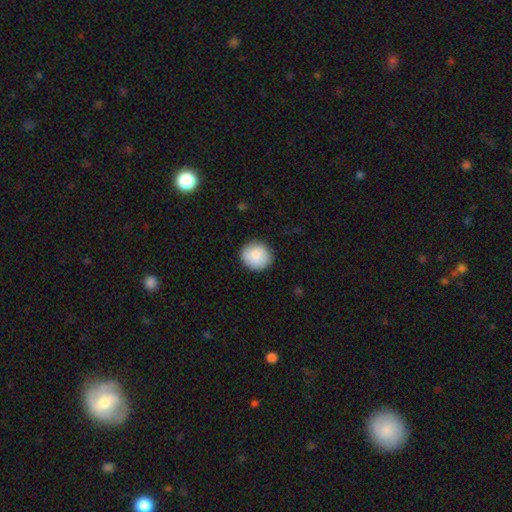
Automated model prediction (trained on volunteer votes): Morphology: type=smooth (88%); roundness=round (88%); merging=none (87%).